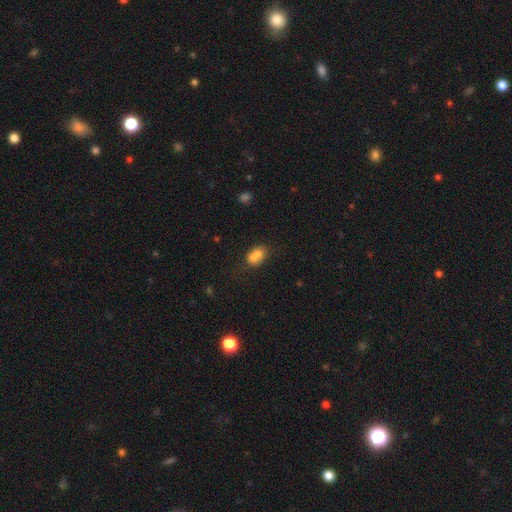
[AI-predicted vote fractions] Smooth or featured? smooth (74%)
How rounded? in between (75%)
Merging? merger (39%, tied with none)